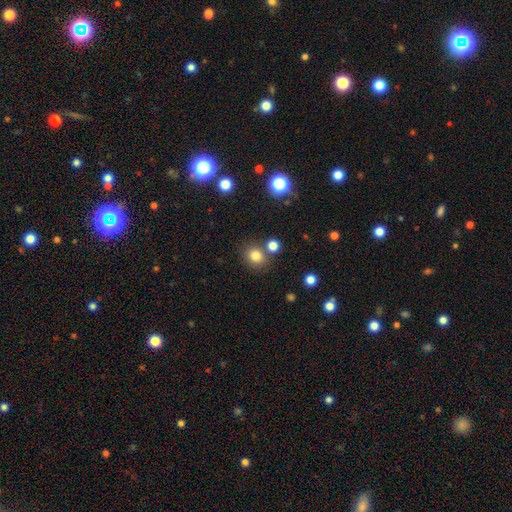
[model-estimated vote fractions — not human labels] Morphology: type=smooth (80%); roundness=round (79%); merging=none (75%).